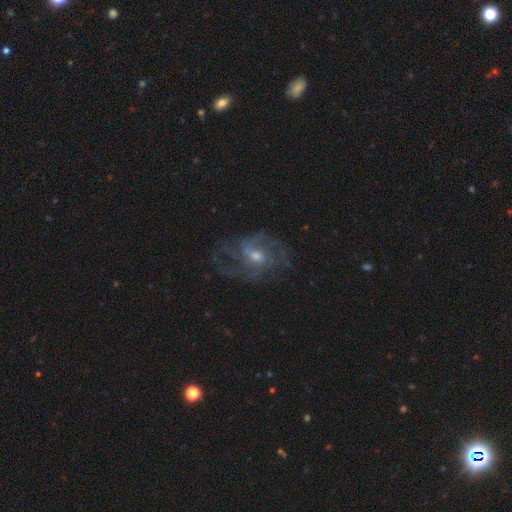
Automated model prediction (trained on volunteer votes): The model was most divided on "bar": no: 48%, weak: 43%, strong: 9%. Remaining: edge-on disk — no (97%); spiral arms — yes (87%); smooth or featured — featured or disk (79%); merging — none (58%); bulge size — moderate (50%); spiral winding — medium (47%); spiral arm count — can't tell (32%).